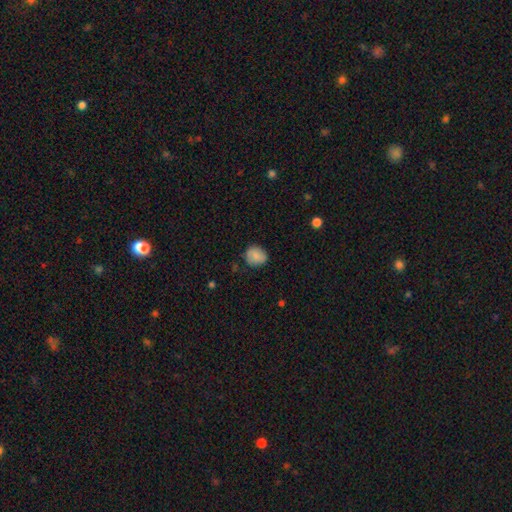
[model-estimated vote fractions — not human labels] A smooth galaxy with no disk features (82%) that is round (75%). Merging: none (79%).